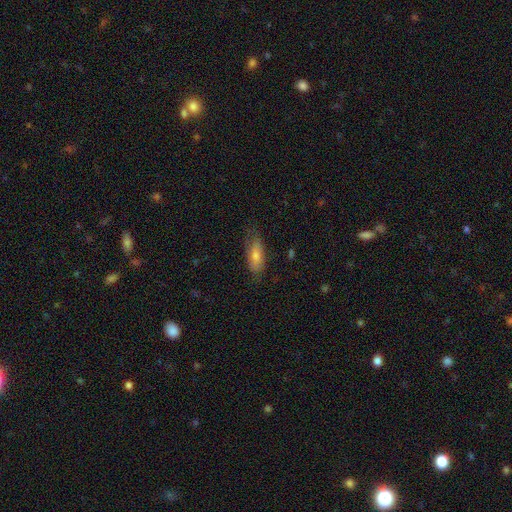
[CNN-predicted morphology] smooth 70%, featured or disk 24%, star or artifact 7%. Down the decision tree: how rounded — in between (72%); merging — none (70%).